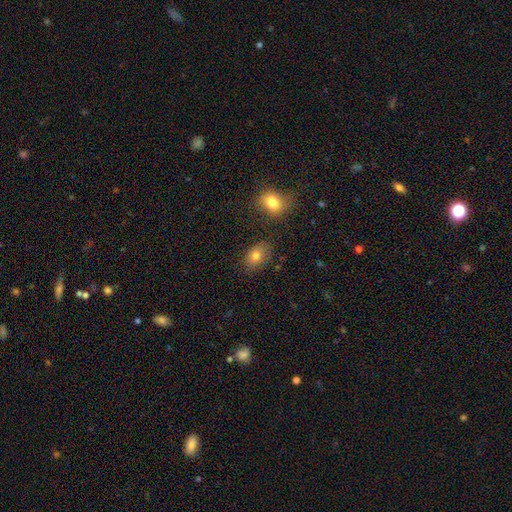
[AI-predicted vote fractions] A smooth galaxy with no disk features (79%) that is in between round and cigar-shaped (83%). Merging: none (78%).